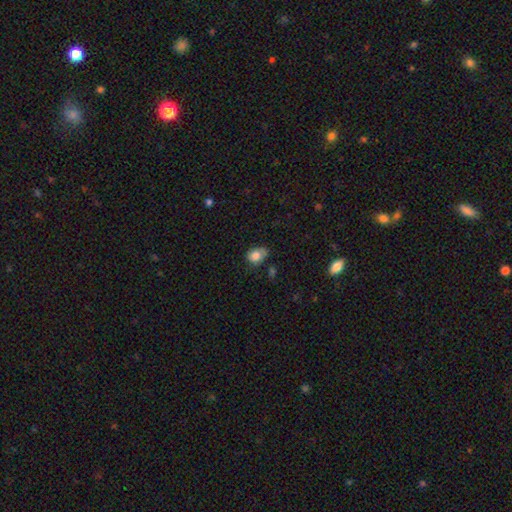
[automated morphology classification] A smooth galaxy with no disk features (80%) that is in between round and cigar-shaped (69%). Merging: none (51%).